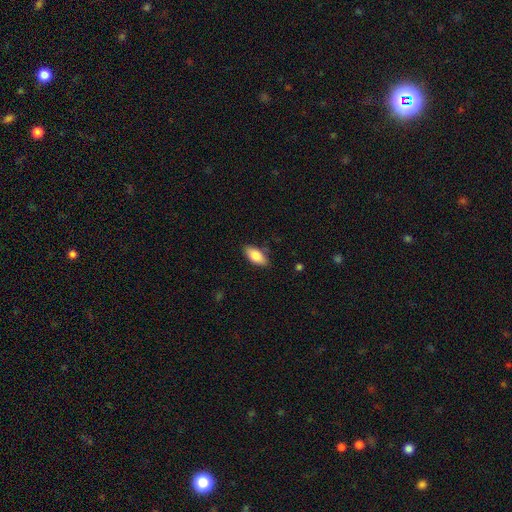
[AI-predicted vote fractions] Smooth or featured?
  - smooth: 82% *
  - featured or disk: 11%
  - star or artifact: 7%
How rounded?
  - in between: 88% *
  - cigar-shaped: 9%
  - round: 3%
Merging?
  - none: 83% *
  - minor disturbance: 13%
  - major disturbance: 3%
  - merger: 1%